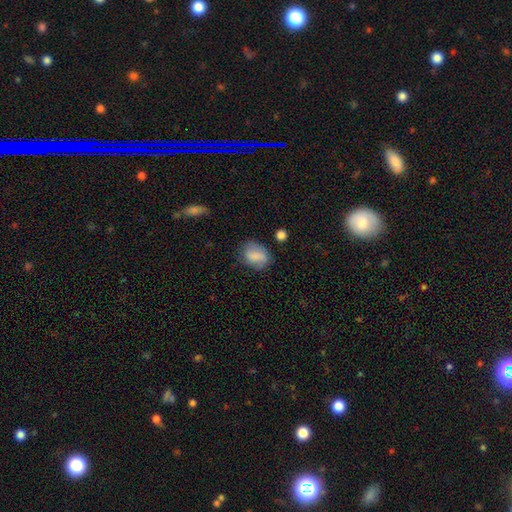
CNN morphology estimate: A smooth galaxy with no disk features (77%) that is in between round and cigar-shaped (67%).

Vote fractions:
- Smooth or featured? smooth: 77% / featured or disk: 14% / star or artifact: 9%
- How rounded? in between: 67% / round: 31% / cigar-shaped: 2%
- Merging? none: 65% / minor disturbance: 24% / major disturbance: 8% / merger: 3%